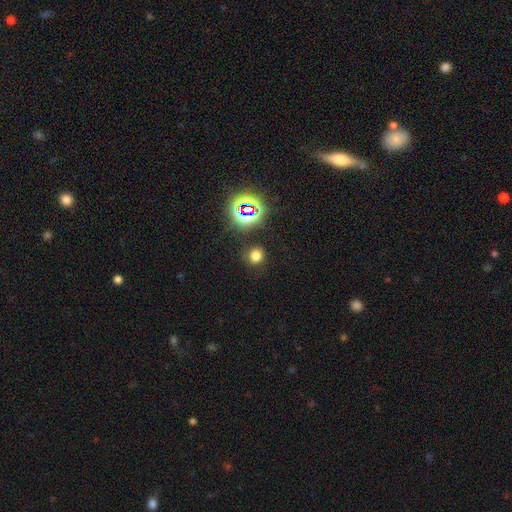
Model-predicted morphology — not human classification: Smooth or featured: smooth — 70% (star or artifact — 24%)
How rounded: round — 84% (in between — 15%)
Merging: none — 85% (minor disturbance — 9%)